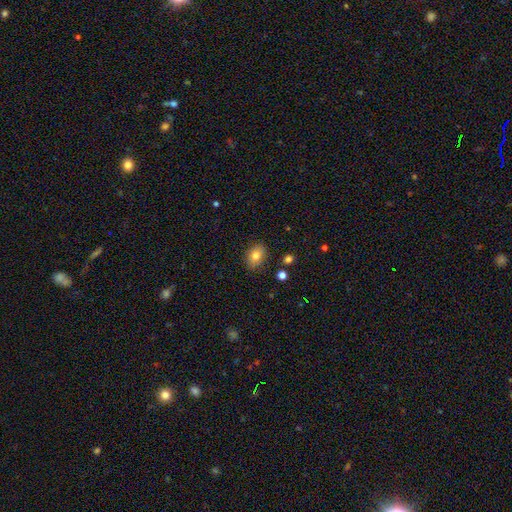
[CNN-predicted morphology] Smooth or featured? Predicted: smooth (p=0.81). How rounded? Predicted: in between (p=0.73). Merging? Predicted: none (p=0.86).